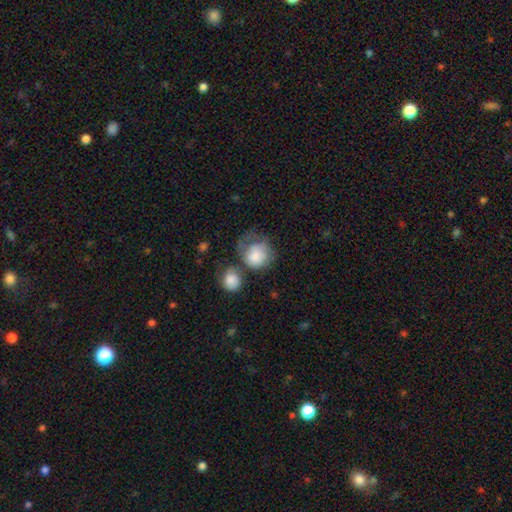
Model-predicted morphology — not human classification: Smooth or featured: smooth — 74% (featured or disk — 19%)
How rounded: round — 78% (in between — 21%)
Merging: none — 28% (major disturbance — 25%)